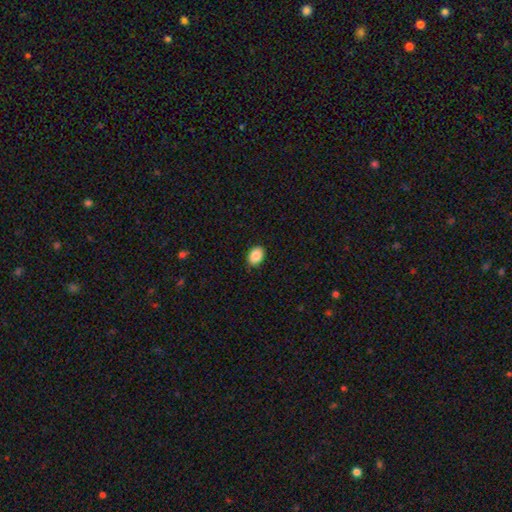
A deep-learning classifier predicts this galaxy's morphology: This is clearly a smooth galaxy (89%). How rounded: likely in between (78%). Merging: clearly none (86%).